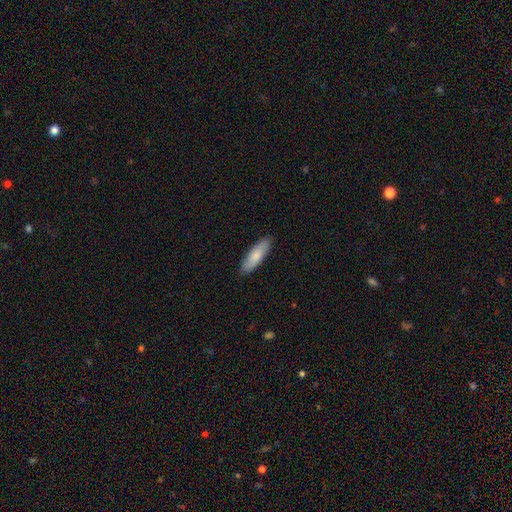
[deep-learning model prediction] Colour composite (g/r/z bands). It shows a smooth galaxy with no disk features (79%) that is cigar-shaped (52%). Merging: none (88%).